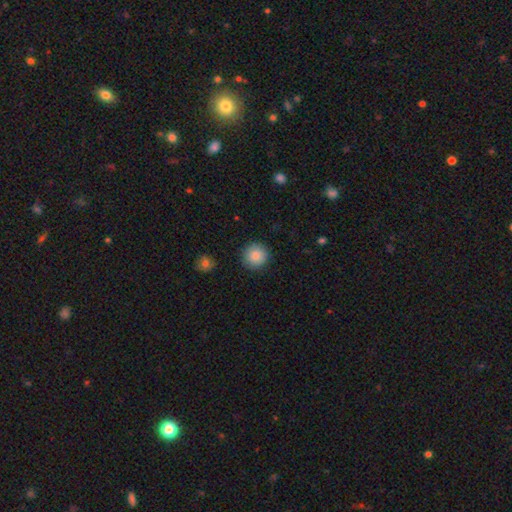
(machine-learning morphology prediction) Overall: smooth (86%). How rounded: round (95%). Merging: none (91%).